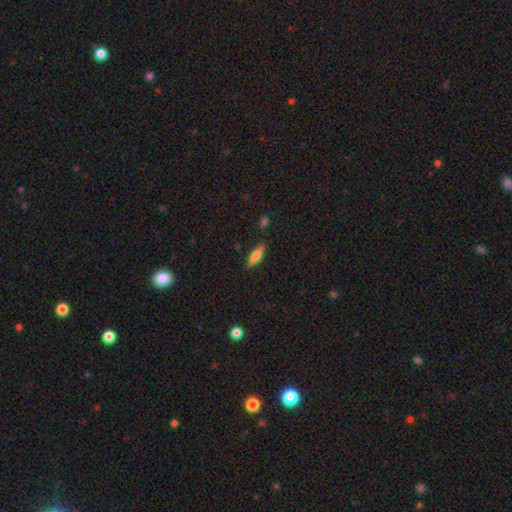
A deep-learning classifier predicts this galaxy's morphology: Overall: smooth (65%; featured or disk 28%). How rounded: cigar-shaped (53%; in between 45%). Merging: none (83%).